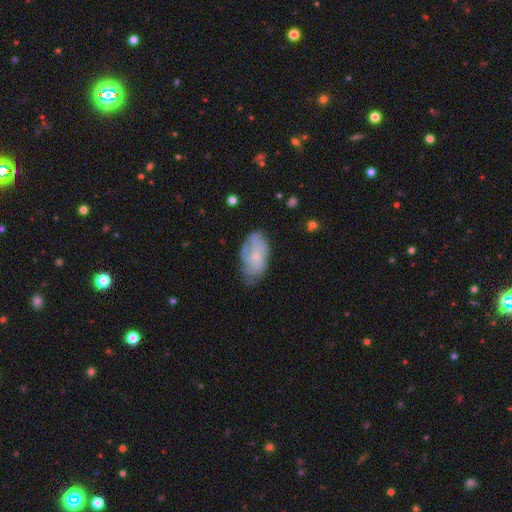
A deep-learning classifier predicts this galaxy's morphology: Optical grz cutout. It shows a featured or disk galaxy (56%) with no bar (77%), spiral arms (76%) and a small central bulge (69%). Merging: none (58%).